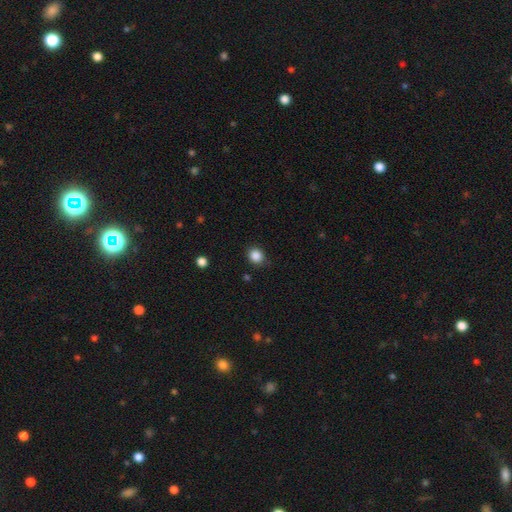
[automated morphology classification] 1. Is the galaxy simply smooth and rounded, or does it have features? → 87% smooth, 10% star or artifact, 3% featured or disk.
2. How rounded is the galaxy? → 77% round, 22% in between, 1% cigar-shaped.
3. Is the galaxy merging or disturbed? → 85% none, 10% minor disturbance, 3% major disturbance, 2% merger.